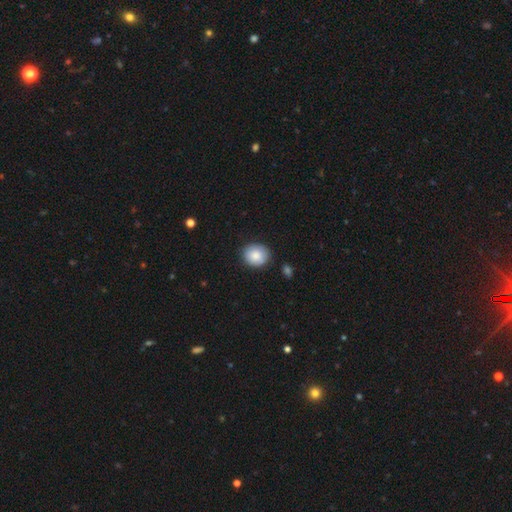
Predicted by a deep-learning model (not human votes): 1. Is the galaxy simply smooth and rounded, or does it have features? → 85% smooth, 7% featured or disk, 7% star or artifact.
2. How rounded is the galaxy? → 73% round, 26% in between, 1% cigar-shaped.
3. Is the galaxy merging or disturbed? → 84% none, 12% minor disturbance, 2% major disturbance, 2% merger.